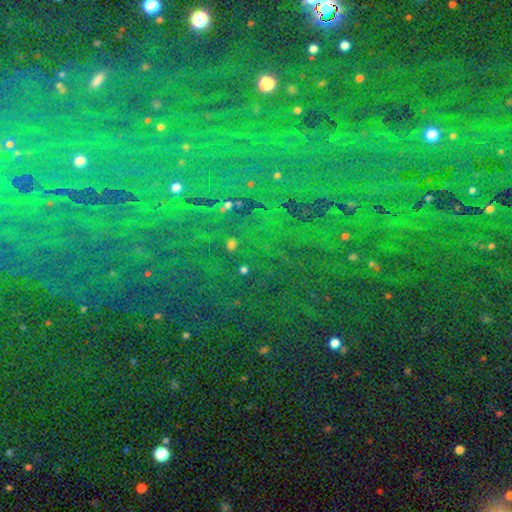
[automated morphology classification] This is clearly a star or artifact rather than a galaxy (84%).